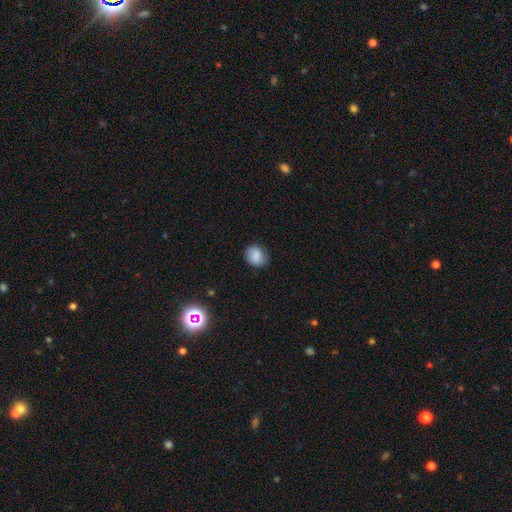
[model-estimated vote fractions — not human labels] This appears to be a smooth galaxy with no disk features (81%) that is round (71%). Merging: none (79%).